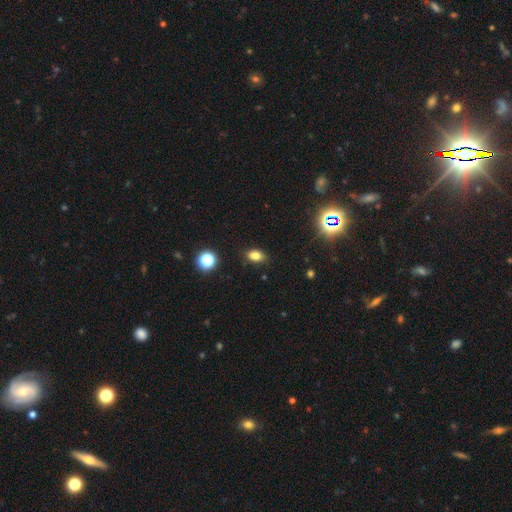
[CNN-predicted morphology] A smooth galaxy with no disk features (79%) that is in between round and cigar-shaped (81%). Merging: none (82%).